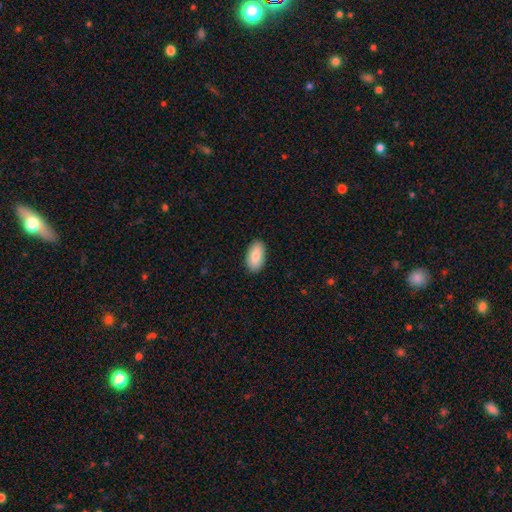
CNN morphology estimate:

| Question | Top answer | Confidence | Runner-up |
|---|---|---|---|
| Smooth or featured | smooth | 84% | featured or disk (10%) |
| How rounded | in between | 94% | round (3%) |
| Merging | none | 89% | minor disturbance (8%) |